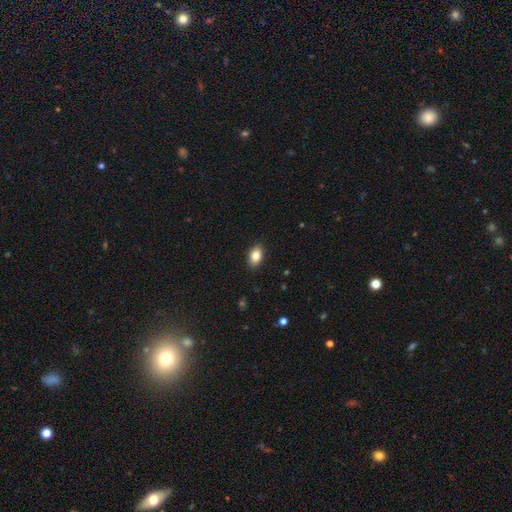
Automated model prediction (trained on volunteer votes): Smooth or featured?
  - smooth: 86% *
  - star or artifact: 8%
  - featured or disk: 6%
How rounded?
  - in between: 90% *
  - round: 9%
  - cigar-shaped: 1%
Merging?
  - none: 89% *
  - minor disturbance: 8%
  - major disturbance: 2%
  - merger: 1%